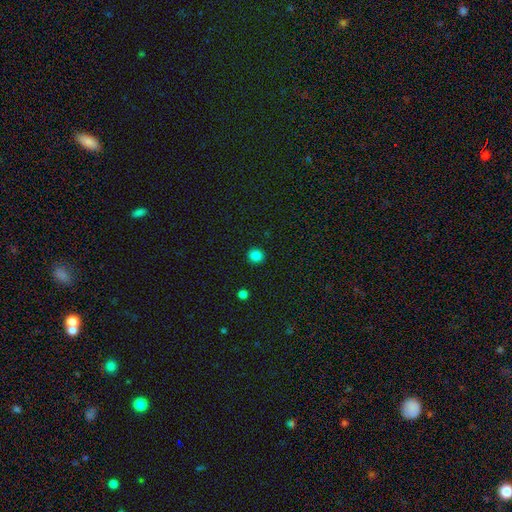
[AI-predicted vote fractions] Q: Smooth or featured?
A: smooth (84%); runner-up: star or artifact (12%)
Q: How rounded?
A: round (91%); runner-up: in between (8%)
Q: Merging?
A: none (92%); runner-up: minor disturbance (5%)